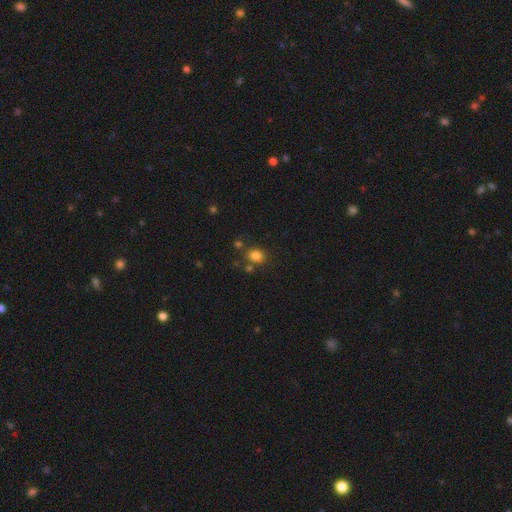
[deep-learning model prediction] smooth 80%, star or artifact 14%, featured or disk 6%. Down the decision tree: how rounded — round (59%); merging — none (73%).